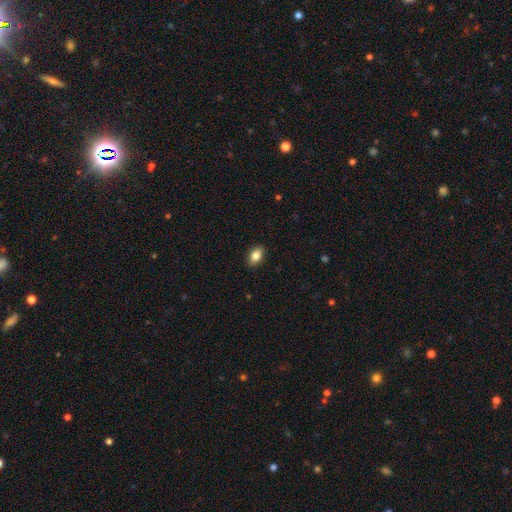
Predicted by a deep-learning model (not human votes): Morphology: type=smooth (84%); roundness=in between (87%); merging=none (89%).